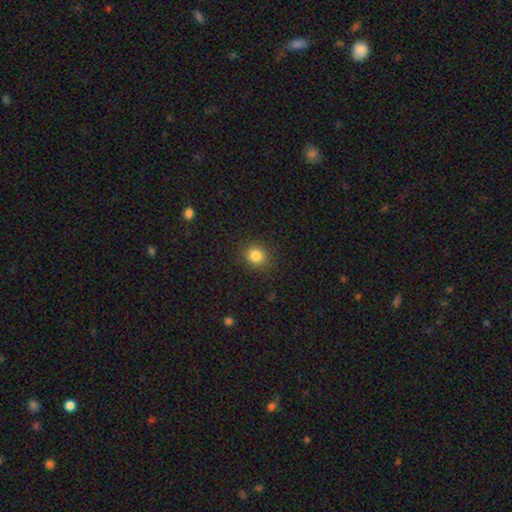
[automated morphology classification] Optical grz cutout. It shows a smooth galaxy with no disk features (84%) that is round (79%). Merging: none (89%).